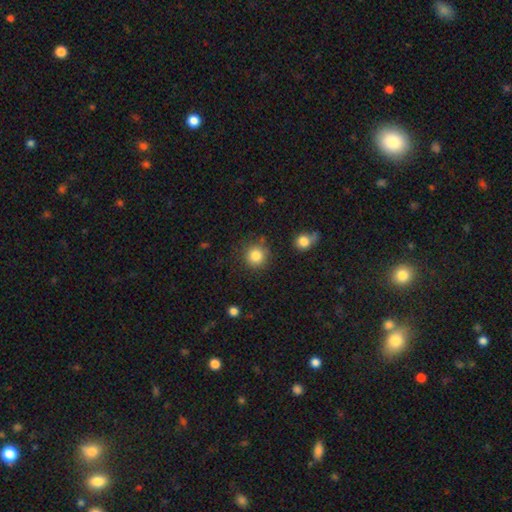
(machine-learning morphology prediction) The model was most divided on "smooth or featured": smooth: 84%, star or artifact: 11%, featured or disk: 5%. More confident: how rounded — round (93%); merging — none (84%).